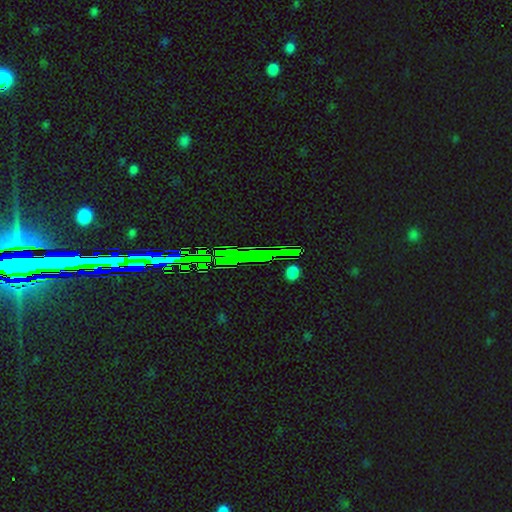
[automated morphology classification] smooth-or-featured: star or artifact: 75% | featured or disk: 13% | smooth: 12%